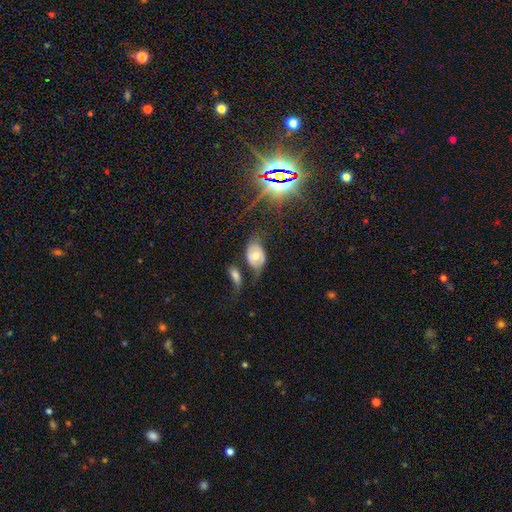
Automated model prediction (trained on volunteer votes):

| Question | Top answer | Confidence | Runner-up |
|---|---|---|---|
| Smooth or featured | smooth | 48% | featured or disk (40%) |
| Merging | none | 42% | minor disturbance (26%) |